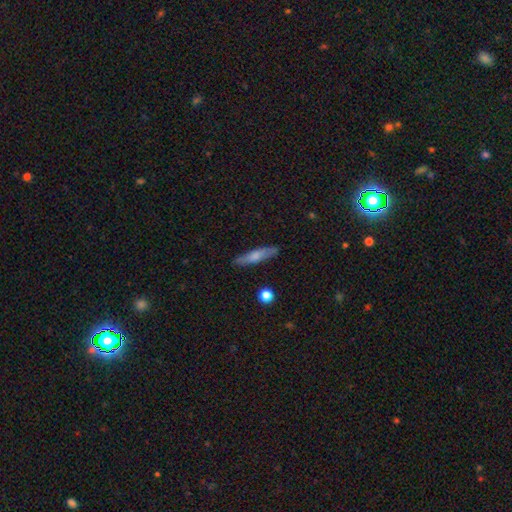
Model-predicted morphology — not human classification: Smooth or featured: smooth — 61% (featured or disk — 32%)
How rounded: cigar-shaped — 82% (in between — 16%)
Merging: none — 85% (minor disturbance — 11%)